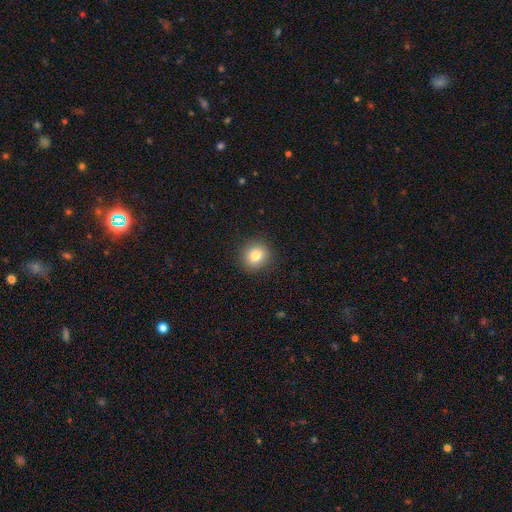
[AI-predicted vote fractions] Overall: smooth (81%). How rounded: round (87%). Merging: none (91%).